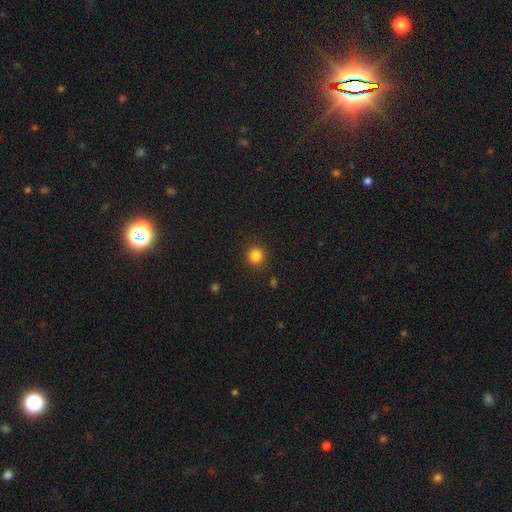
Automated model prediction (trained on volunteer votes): A smooth galaxy with no disk features (84%) that is round (93%). Merging: none (90%).